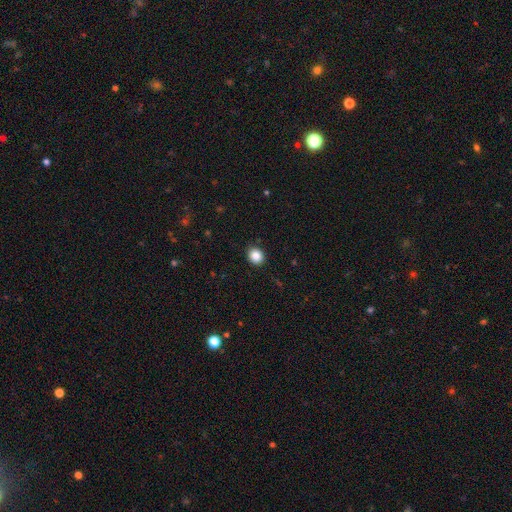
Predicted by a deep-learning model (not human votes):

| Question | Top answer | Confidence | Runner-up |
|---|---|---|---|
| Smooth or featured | smooth | 86% | star or artifact (10%) |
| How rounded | round | 67% | in between (32%) |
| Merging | none | 90% | minor disturbance (7%) |